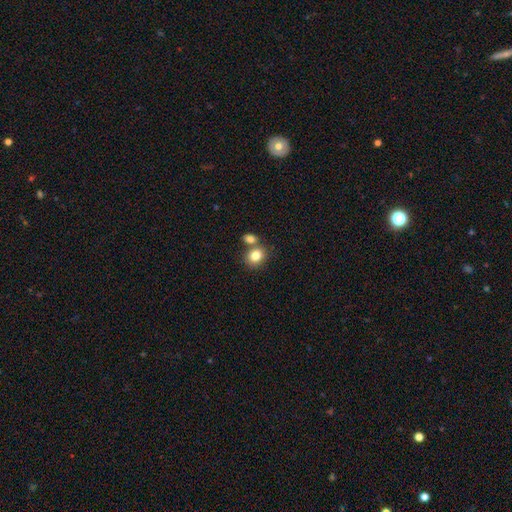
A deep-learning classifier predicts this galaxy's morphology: smooth-or-featured: smooth: 82% | star or artifact: 10% | featured or disk: 8%
  how-rounded: round: 59% | in between: 40% | cigar-shaped: 1%
  merging: none: 55% | merger: 32% | minor disturbance: 10% | major disturbance: 3%